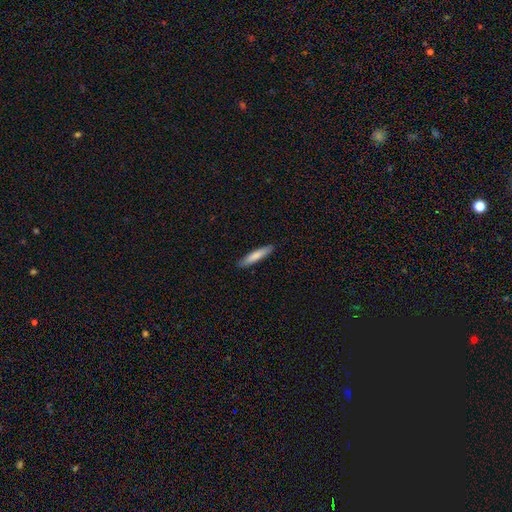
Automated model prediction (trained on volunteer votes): Morphology: type=smooth (80%); roundness=cigar-shaped (87%); merging=none (90%).